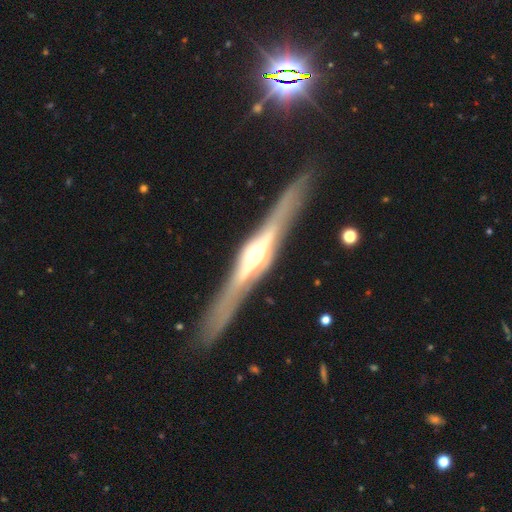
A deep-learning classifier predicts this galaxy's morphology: A featured or disk galaxy (84%) viewed edge-on (97%) with a rounded central bulge (89%). Merging: none (89%).